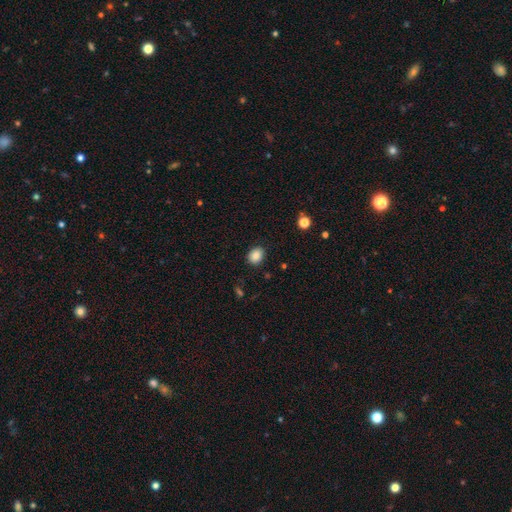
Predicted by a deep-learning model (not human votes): Overall: smooth (86%). How rounded: in between (50%; round 49%). Merging: none (86%).